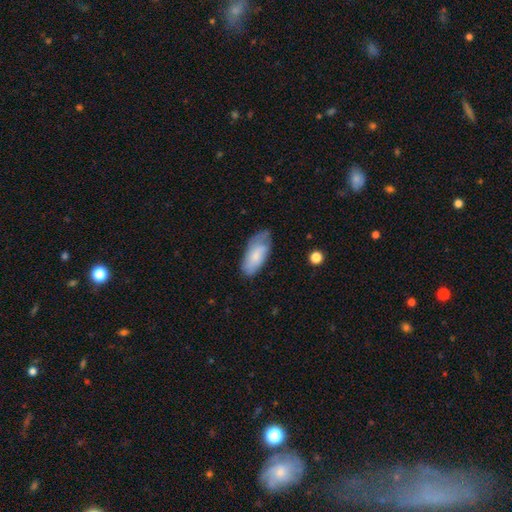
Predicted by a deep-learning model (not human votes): Smooth or featured?
  - smooth: 71% *
  - featured or disk: 23%
  - star or artifact: 6%
How rounded?
  - in between: 87% *
  - cigar-shaped: 11%
  - round: 2%
Merging?
  - none: 54% *
  - minor disturbance: 33%
  - major disturbance: 11%
  - merger: 2%